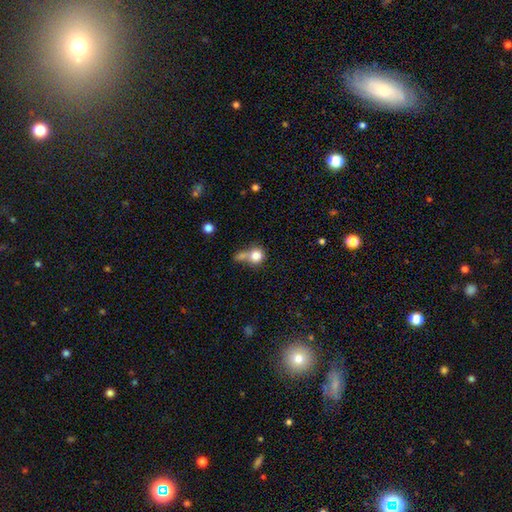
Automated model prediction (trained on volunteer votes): smooth-or-featured: smooth: 81% | star or artifact: 10% | featured or disk: 9%
  how-rounded: round: 85% | in between: 14% | cigar-shaped: 1%
  merging: none: 40% (tied) | merger: 40% (tied) | minor disturbance: 12% | major disturbance: 8%